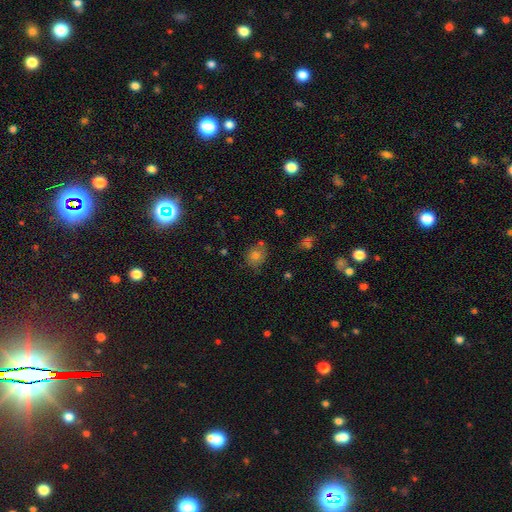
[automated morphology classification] smooth-or-featured: smooth: 75% | star or artifact: 14% | featured or disk: 11%
  how-rounded: round: 74% | in between: 25% | cigar-shaped: 1%
  merging: none: 70% | minor disturbance: 18% | merger: 7% | major disturbance: 5%